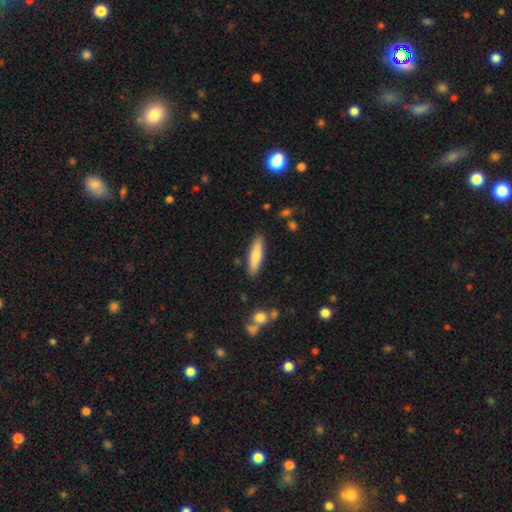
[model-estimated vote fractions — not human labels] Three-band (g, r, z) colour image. It shows a smooth galaxy with no disk features (75%) that is cigar-shaped (71%). Merging: none (88%).